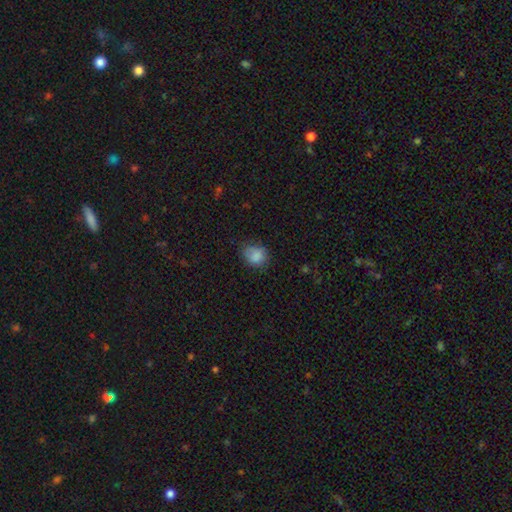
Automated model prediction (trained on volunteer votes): Morphology: type=smooth (83%); roundness=round (54%); merging=none (63%).